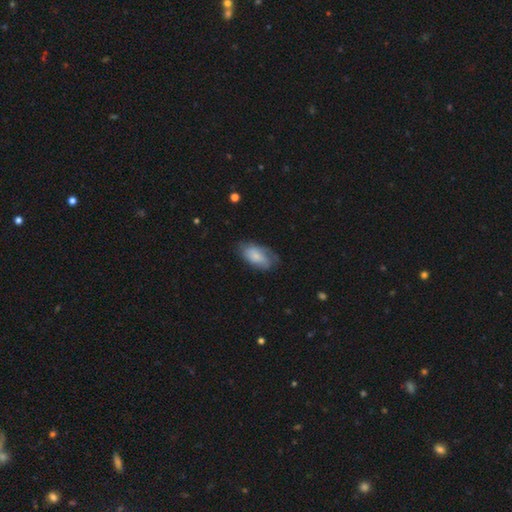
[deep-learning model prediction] This is likely a smooth galaxy (63%). How rounded: clearly in between (92%). Merging: possibly none (56%).